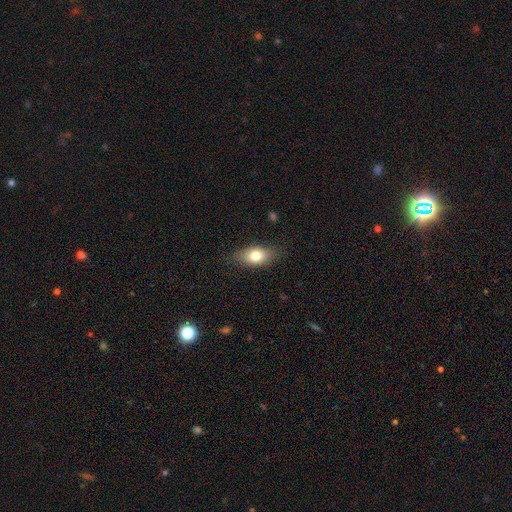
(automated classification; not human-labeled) Smooth or featured? Predicted: smooth (p=0.74). How rounded? Predicted: in between (p=0.81). Merging? Predicted: none (p=0.81).